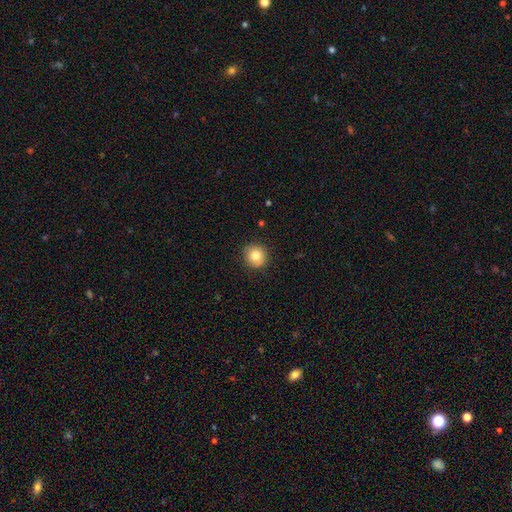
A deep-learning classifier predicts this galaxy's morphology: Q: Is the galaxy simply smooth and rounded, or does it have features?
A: smooth — 81%.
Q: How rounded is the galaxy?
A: round — 91%.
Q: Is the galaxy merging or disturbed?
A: none — 89%.